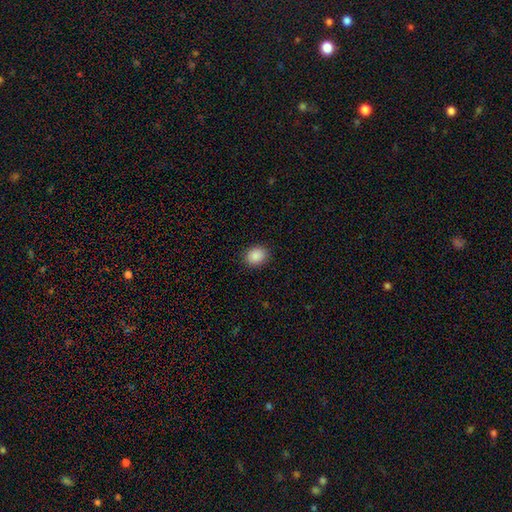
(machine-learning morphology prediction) Overall: smooth (89%). How rounded: round (53%; in between 46%). Merging: none (89%).